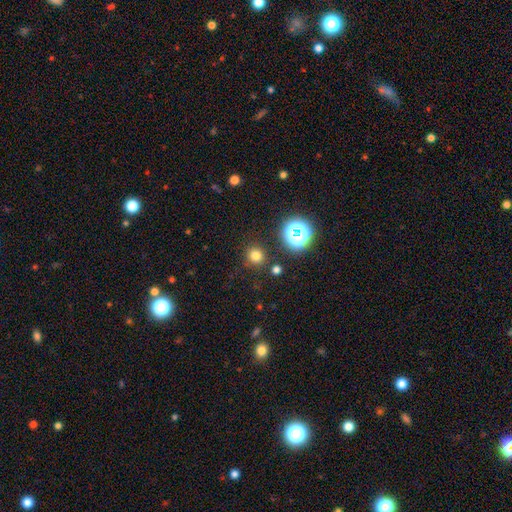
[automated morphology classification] Overall: smooth (74%). How rounded: round (92%). Merging: none (86%).